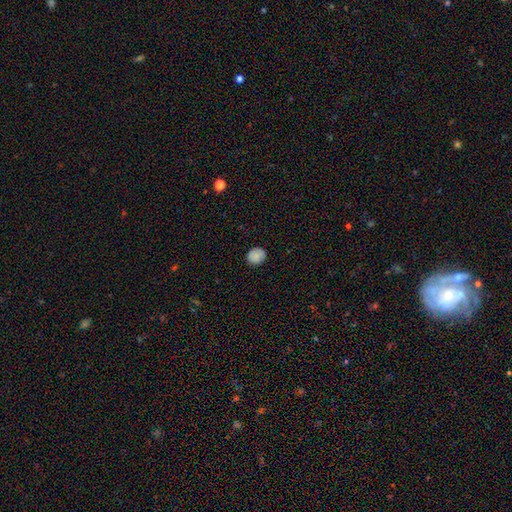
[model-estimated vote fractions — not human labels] smooth-or-featured: smooth: 85% | star or artifact: 9% | featured or disk: 7%
  how-rounded: round: 77% | in between: 22% | cigar-shaped: 1%
  merging: none: 85% | minor disturbance: 11% | major disturbance: 2% | merger: 1%